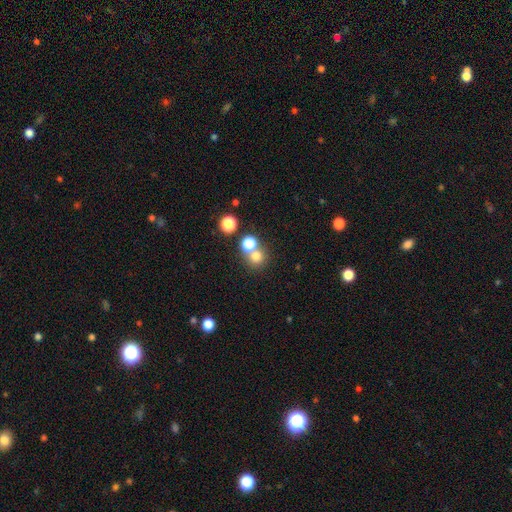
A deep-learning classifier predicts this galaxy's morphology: This appears to be a smooth galaxy with no disk features (73%) that is round (88%). Merging: none (55%).